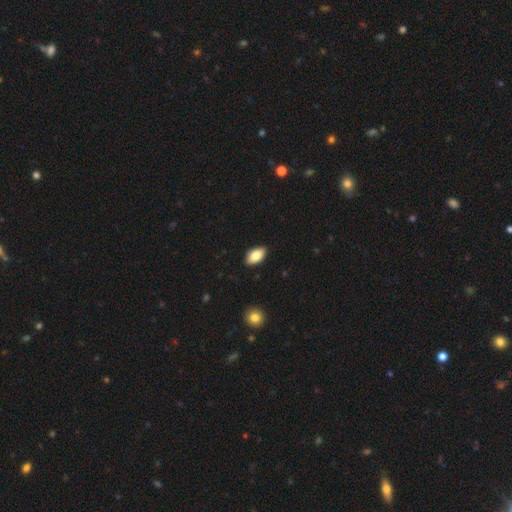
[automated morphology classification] Smooth or featured? smooth (82%)
How rounded? in between (93%)
Merging? none (89%)